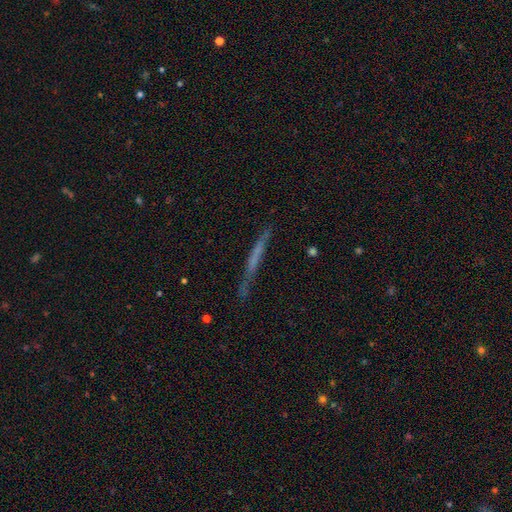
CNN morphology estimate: This is possibly a featured or disk galaxy (48%). Merging: likely none (75%).